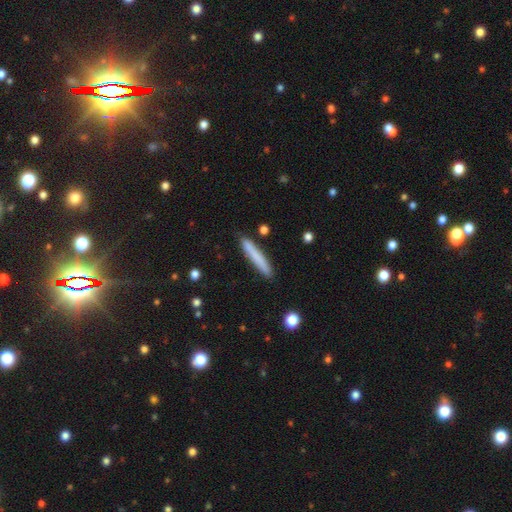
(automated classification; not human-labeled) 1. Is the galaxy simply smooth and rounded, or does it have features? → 75% smooth, 19% featured or disk, 6% star or artifact.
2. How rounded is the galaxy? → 95% cigar-shaped, 4% in between, 1% round.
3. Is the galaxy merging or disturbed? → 88% none, 9% minor disturbance, 2% merger, 2% major disturbance.